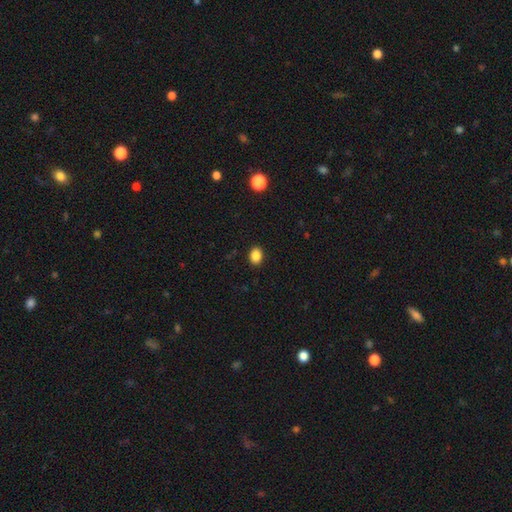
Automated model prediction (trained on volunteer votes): Smooth or featured?
  - smooth: 87% *
  - star or artifact: 10%
  - featured or disk: 3%
How rounded?
  - in between: 67% *
  - round: 32%
  - cigar-shaped: 1%
Merging?
  - none: 91% *
  - minor disturbance: 7%
  - major disturbance: 2%
  - merger: 1%